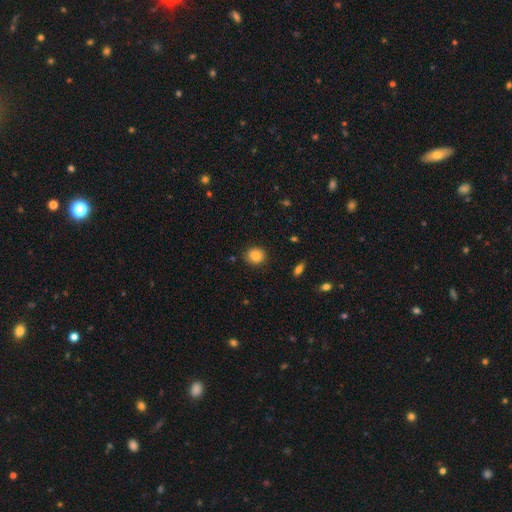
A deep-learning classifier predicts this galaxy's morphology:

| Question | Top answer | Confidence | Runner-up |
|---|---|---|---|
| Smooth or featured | smooth | 85% | star or artifact (9%) |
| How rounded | round | 81% | in between (18%) |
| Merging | none | 86% | minor disturbance (10%) |